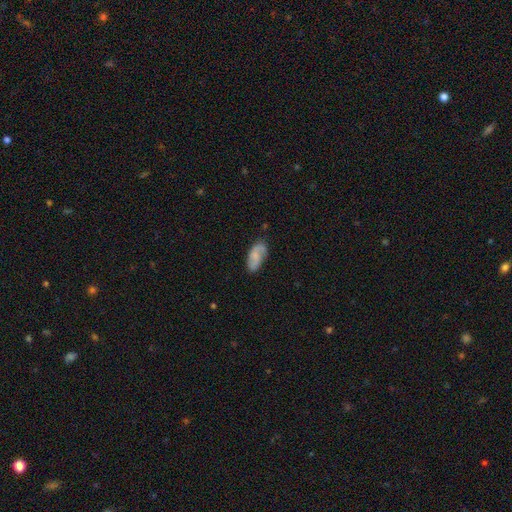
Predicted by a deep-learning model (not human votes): Q: Smooth or featured?
A: smooth (54%); runner-up: featured or disk (39%)
Q: How rounded?
A: in between (90%); runner-up: cigar-shaped (8%)
Q: Merging?
A: none (69%); runner-up: minor disturbance (22%)